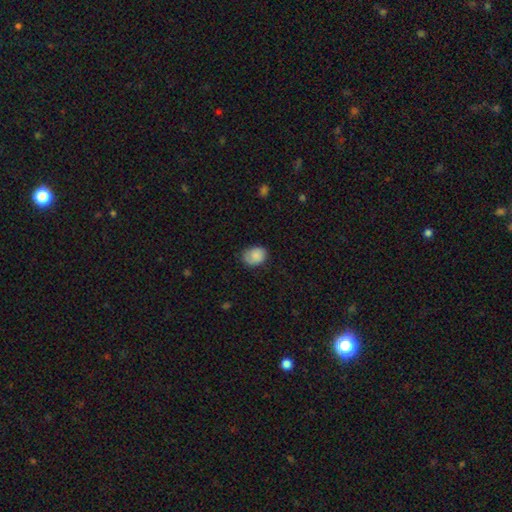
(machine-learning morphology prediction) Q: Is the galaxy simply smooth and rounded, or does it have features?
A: smooth — 81%.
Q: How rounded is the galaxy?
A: in between — 58%.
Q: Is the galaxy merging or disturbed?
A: none — 74%.